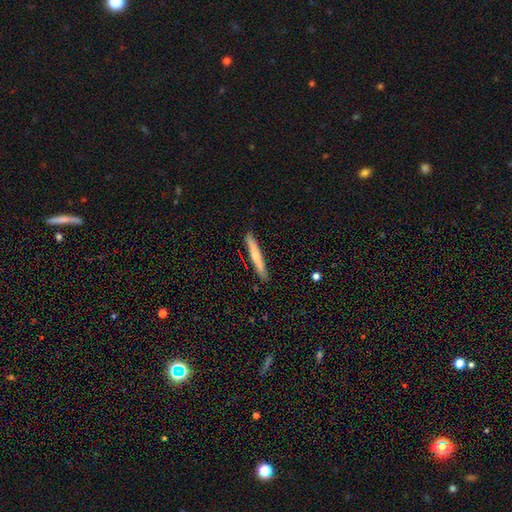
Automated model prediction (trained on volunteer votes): This is likely a smooth galaxy (63%). How rounded: clearly cigar-shaped (95%). Merging: clearly none (90%).